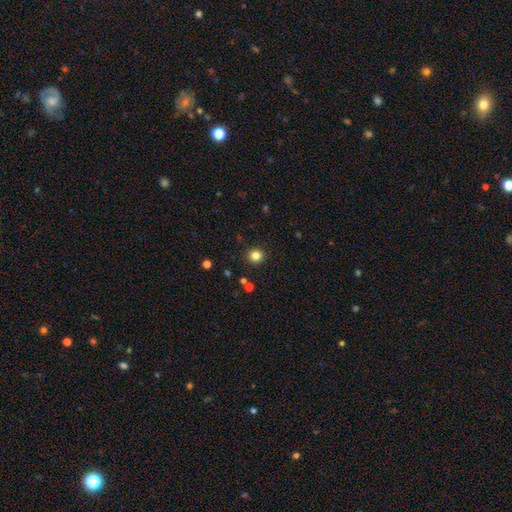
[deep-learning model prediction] Overall: smooth (82%). How rounded: round (90%). Merging: none (91%).